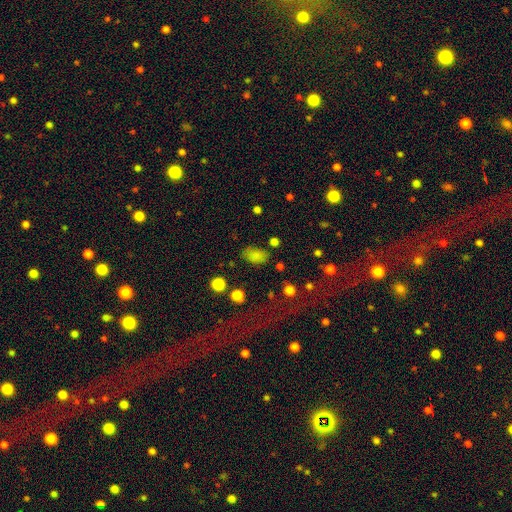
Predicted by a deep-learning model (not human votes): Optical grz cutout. It shows a smooth galaxy with no disk features (81%) that is in between round and cigar-shaped (88%). Merging: none (74%).